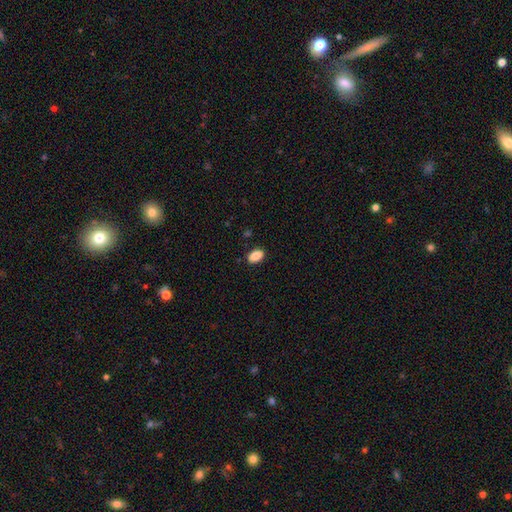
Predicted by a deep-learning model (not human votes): smooth-or-featured: smooth: 88% | star or artifact: 8% | featured or disk: 4%
  how-rounded: in between: 91% | round: 6% | cigar-shaped: 3%
  merging: none: 88% | minor disturbance: 9% | major disturbance: 2% | merger: 1%